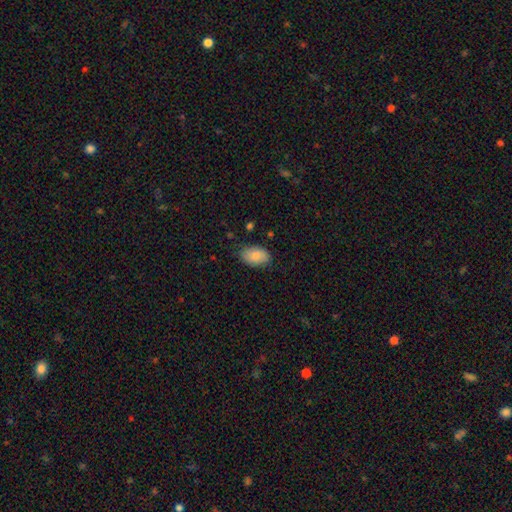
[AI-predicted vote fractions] A smooth galaxy with no disk features (85%) that is in between round and cigar-shaped (92%).

Vote fractions:
- Smooth or featured? smooth: 85% / featured or disk: 9% / star or artifact: 6%
- How rounded? in between: 92% / round: 7% / cigar-shaped: 1%
- Merging? none: 79% / minor disturbance: 17% / major disturbance: 3% / merger: 1%